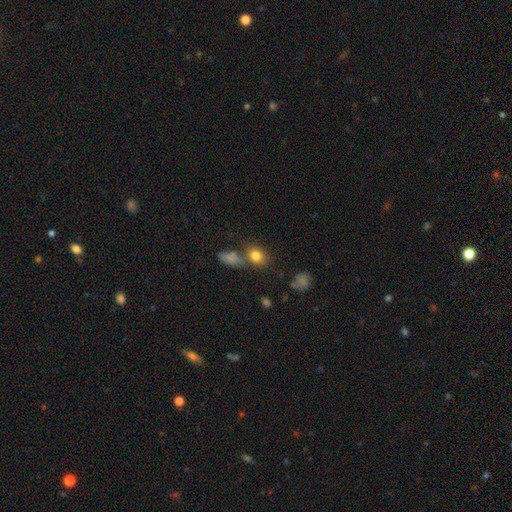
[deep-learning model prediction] A smooth galaxy with no disk features (80%) that is in between round and cigar-shaped (50%).

Vote fractions:
- Smooth or featured? smooth: 80% / star or artifact: 12% / featured or disk: 8%
- How rounded? in between: 50% / round: 48% / cigar-shaped: 2%
- Merging? none: 61% / merger: 21% / minor disturbance: 13% / major disturbance: 5%